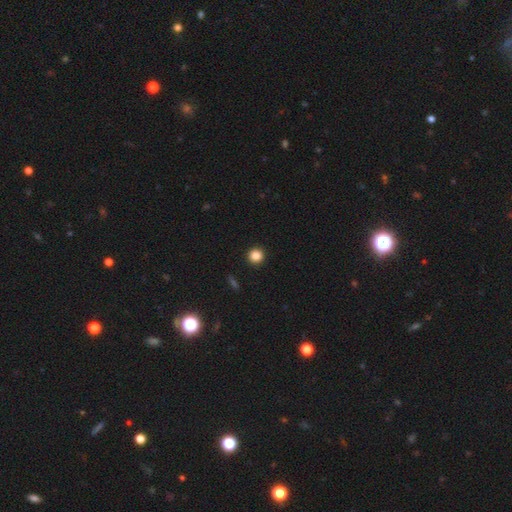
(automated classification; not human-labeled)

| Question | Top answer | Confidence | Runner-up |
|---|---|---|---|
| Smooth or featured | smooth | 85% | star or artifact (11%) |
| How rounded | round | 95% | in between (4%) |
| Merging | none | 94% | minor disturbance (4%) |